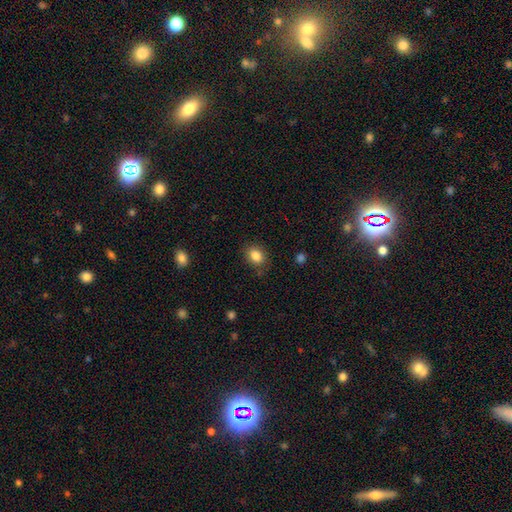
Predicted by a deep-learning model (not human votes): A smooth galaxy with no disk features (85%) that is in between round and cigar-shaped (57%). Merging: none (82%).